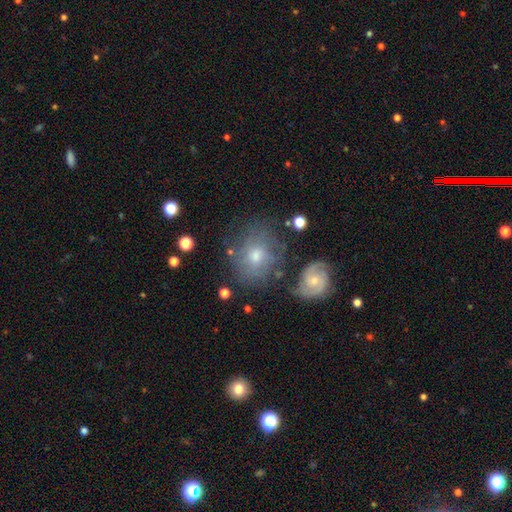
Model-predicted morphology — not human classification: Smooth or featured: smooth — 47% (featured or disk — 39%)
Merging: none — 62% (minor disturbance — 19%)